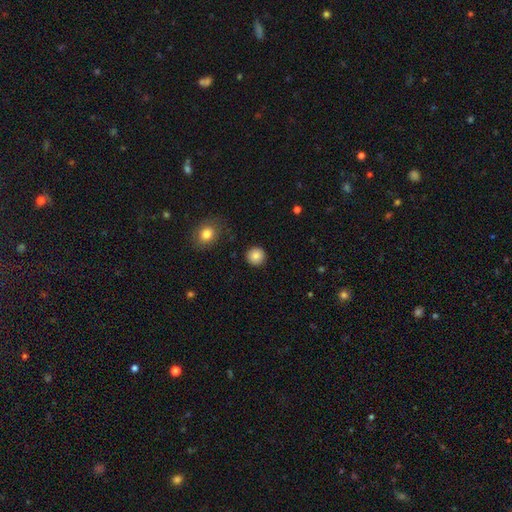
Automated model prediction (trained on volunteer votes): Smooth or featured: smooth — 85% (star or artifact — 10%)
How rounded: round — 94% (in between — 5%)
Merging: none — 91% (minor disturbance — 6%)